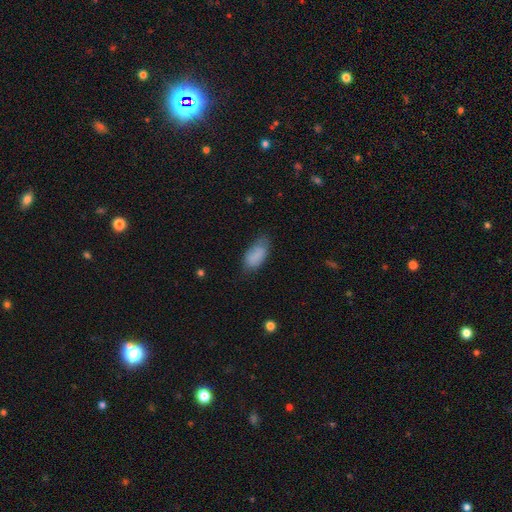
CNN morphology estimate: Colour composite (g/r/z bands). It shows a smooth galaxy with no disk features (84%) that is in between round and cigar-shaped (92%). Merging: none (59%).